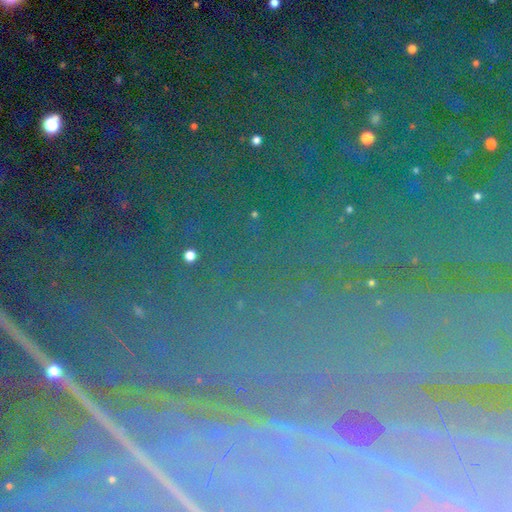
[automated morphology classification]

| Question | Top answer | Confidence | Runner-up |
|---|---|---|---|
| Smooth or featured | star or artifact | 78% | smooth (11%) |